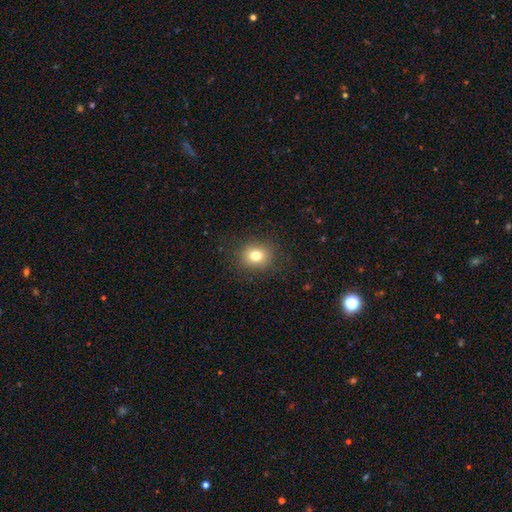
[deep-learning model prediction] The model was most divided on "how rounded": round: 72%, in between: 28%, cigar-shaped: 1%. More confident: merging — none (88%); smooth or featured — smooth (79%).